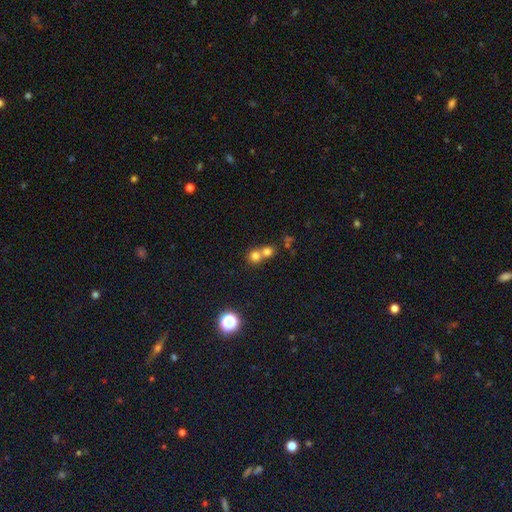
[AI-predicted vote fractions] smooth 75%, star or artifact 16%, featured or disk 10%. Down the decision tree: how rounded — round (87%); merging — merger (54%).